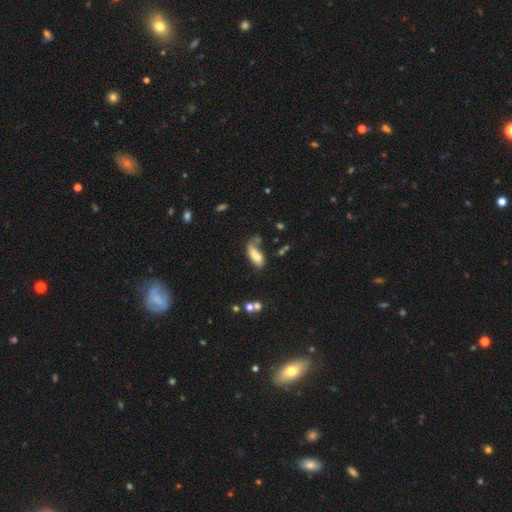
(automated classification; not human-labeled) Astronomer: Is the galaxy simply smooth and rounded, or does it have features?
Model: smooth — 69%.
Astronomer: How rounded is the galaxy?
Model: in between — 75%.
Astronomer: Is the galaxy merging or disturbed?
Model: none — 29% (runner-up: major disturbance, 28%).